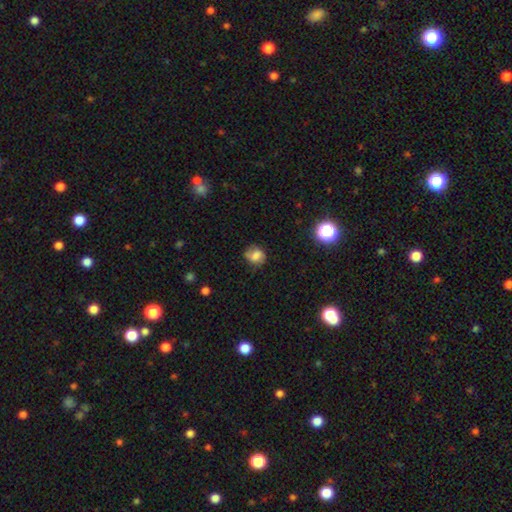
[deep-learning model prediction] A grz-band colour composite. It shows a smooth galaxy with no disk features (70%) that is round (65%). Merging: none (60%).